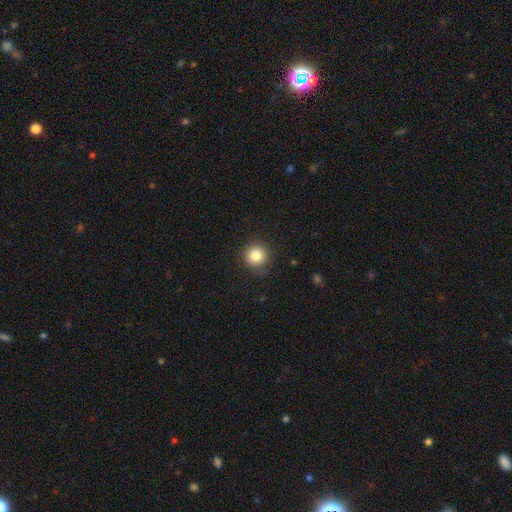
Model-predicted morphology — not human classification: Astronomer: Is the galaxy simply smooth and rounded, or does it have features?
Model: smooth — 83%.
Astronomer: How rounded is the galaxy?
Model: round — 95%.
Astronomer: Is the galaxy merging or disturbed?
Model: none — 86%.